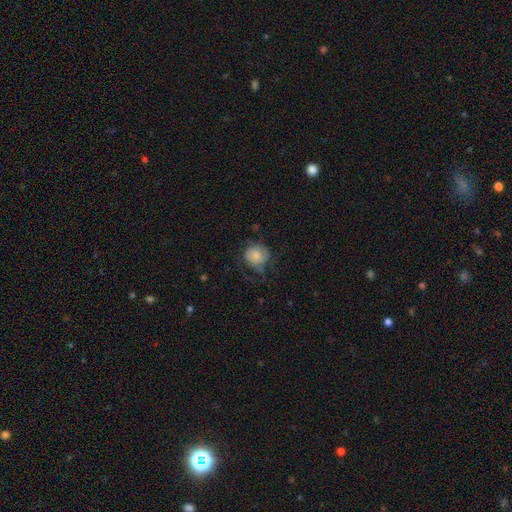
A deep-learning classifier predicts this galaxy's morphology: Smooth or featured? smooth (71%)
How rounded? round (84%)
Merging? none (51%)